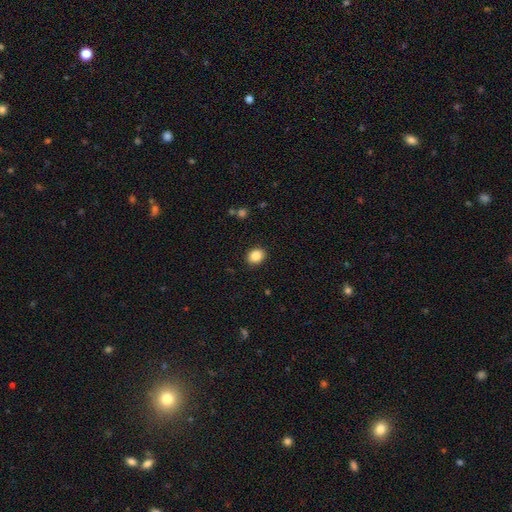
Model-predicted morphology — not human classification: Smooth or featured: smooth — 86% (star or artifact — 9%)
How rounded: round — 53% (in between — 46%)
Merging: none — 90% (minor disturbance — 7%)